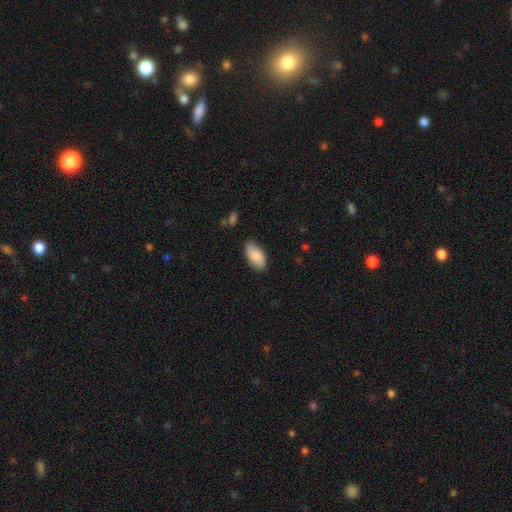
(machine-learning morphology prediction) Smooth or featured: smooth — 84% (featured or disk — 10%)
How rounded: in between — 94% (cigar-shaped — 3%)
Merging: none — 74% (minor disturbance — 20%)